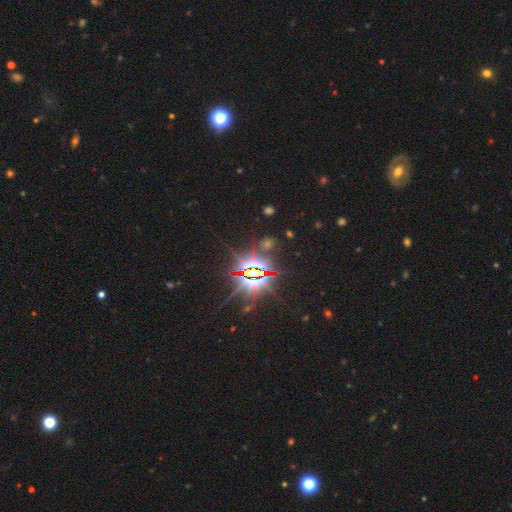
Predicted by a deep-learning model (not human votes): The model was most divided on "smooth or featured": star or artifact: 85%, smooth: 9%, featured or disk: 6%.